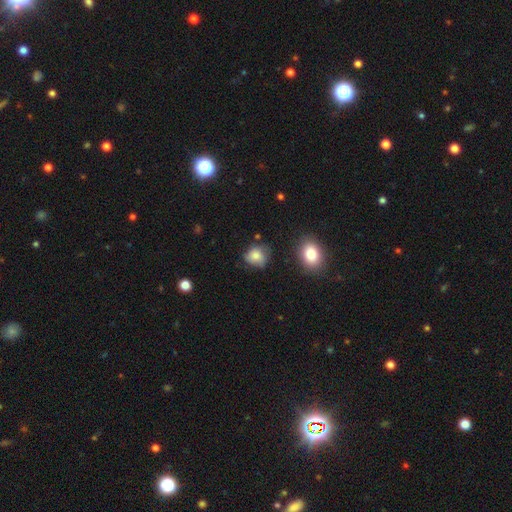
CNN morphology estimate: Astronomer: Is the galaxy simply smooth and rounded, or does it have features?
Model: smooth — 77%.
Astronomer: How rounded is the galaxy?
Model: round — 69%.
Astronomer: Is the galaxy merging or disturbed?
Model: none — 56% (runner-up: minor disturbance, 31%).